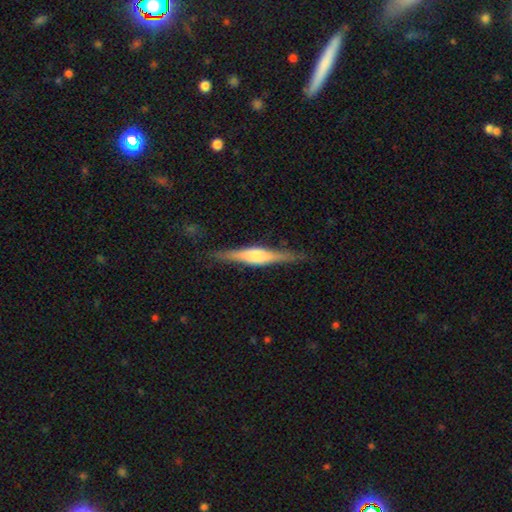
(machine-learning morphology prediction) featured or disk 69%, smooth 25%, star or artifact 6%. Down the decision tree: edge-on disk — yes (97%); edge-on bulge — rounded (71%); merging — none (85%).